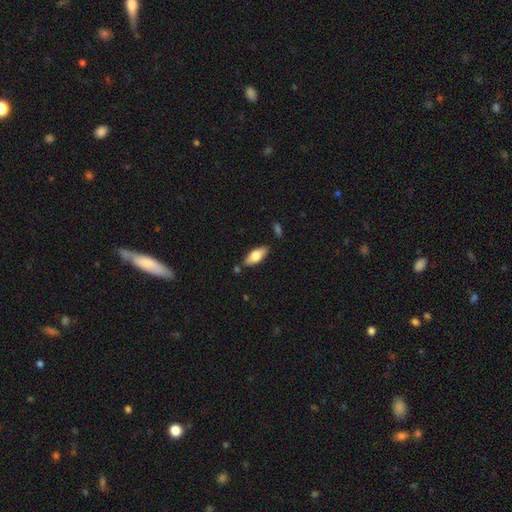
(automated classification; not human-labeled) The model was most divided on "smooth or featured": smooth: 68%, featured or disk: 26%, star or artifact: 6%. More confident: merging — none (81%); how rounded — in between (78%).